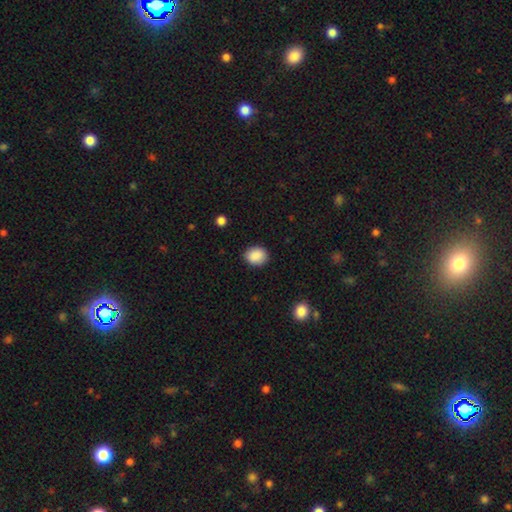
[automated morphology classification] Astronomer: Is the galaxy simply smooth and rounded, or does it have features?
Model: smooth — 89%.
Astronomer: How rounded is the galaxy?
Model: round — 57% (runner-up: in between, 42%).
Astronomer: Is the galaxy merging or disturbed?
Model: none — 87%.